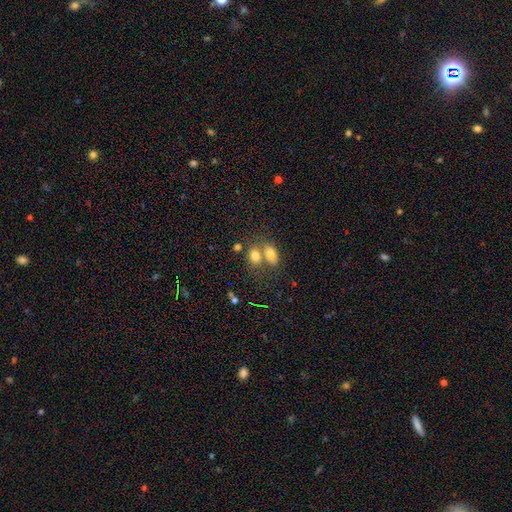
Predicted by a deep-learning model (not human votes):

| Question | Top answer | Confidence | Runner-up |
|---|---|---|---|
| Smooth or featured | smooth | 76% | featured or disk (13%) |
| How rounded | in between | 79% | round (19%) |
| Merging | merger | 52% | none (35%) |